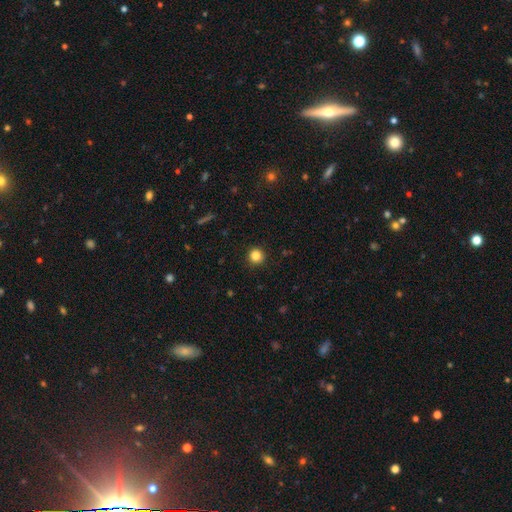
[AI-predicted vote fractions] Overall: smooth (84%). How rounded: round (95%). Merging: none (92%).